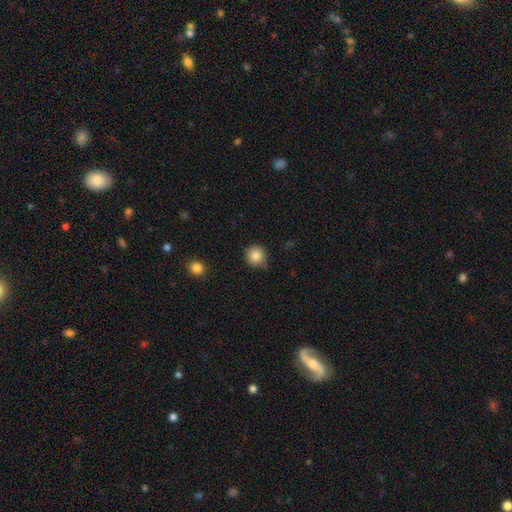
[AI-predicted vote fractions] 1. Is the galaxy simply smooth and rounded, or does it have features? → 85% smooth, 9% star or artifact, 5% featured or disk.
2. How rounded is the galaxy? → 91% round, 8% in between, 1% cigar-shaped.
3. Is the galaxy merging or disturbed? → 74% none, 19% minor disturbance, 3% major disturbance, 3% merger.